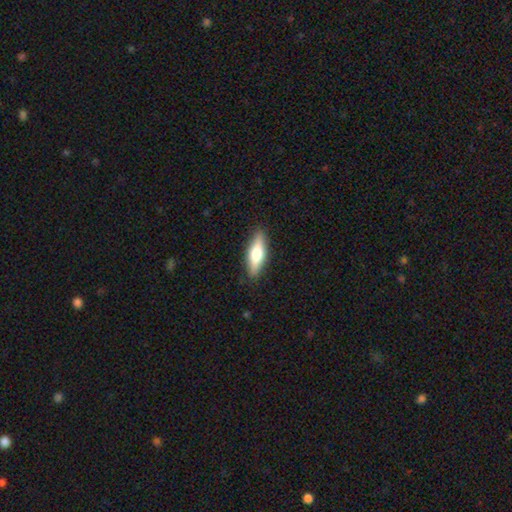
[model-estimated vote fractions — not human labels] smooth-or-featured: smooth: 58% | featured or disk: 37% | star or artifact: 6%
  how-rounded: cigar-shaped: 53% | in between: 45% | round: 2%
  merging: none: 88% | minor disturbance: 9% | major disturbance: 2% | merger: 1%